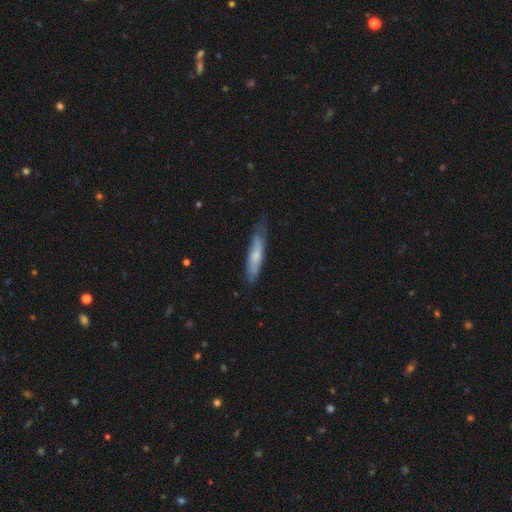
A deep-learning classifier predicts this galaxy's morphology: smooth 61%, featured or disk 33%, star or artifact 6%. Down the decision tree: how rounded — cigar-shaped (81%); merging — none (64%).